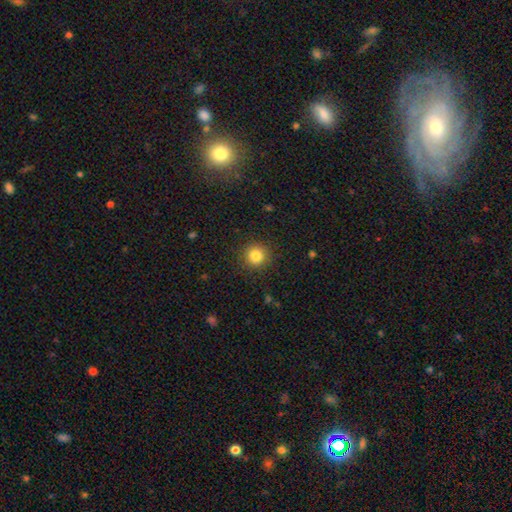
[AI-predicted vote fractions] smooth_or_featured: smooth (p=0.83) [alt: star or artifact p=0.12]
how_rounded: round (p=0.94) [alt: in between p=0.05]
merging: none (p=0.90) [alt: minor disturbance p=0.06]